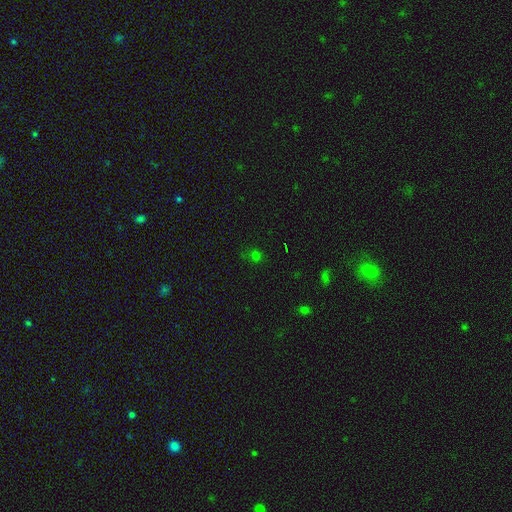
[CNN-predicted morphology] Smooth or featured? Predicted: smooth (p=0.59). How rounded? Predicted: round (p=0.83). Merging? Predicted: none (p=0.78).